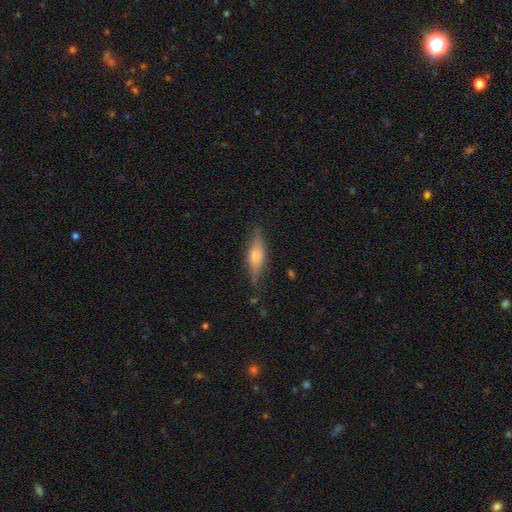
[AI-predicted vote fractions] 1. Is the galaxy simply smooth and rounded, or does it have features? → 55% featured or disk, 38% smooth, 8% star or artifact.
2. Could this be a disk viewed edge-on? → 92% yes, 8% no.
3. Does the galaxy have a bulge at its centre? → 74% rounded, 19% boxy, 7% none.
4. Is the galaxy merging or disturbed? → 79% none, 16% minor disturbance, 4% major disturbance, 2% merger.